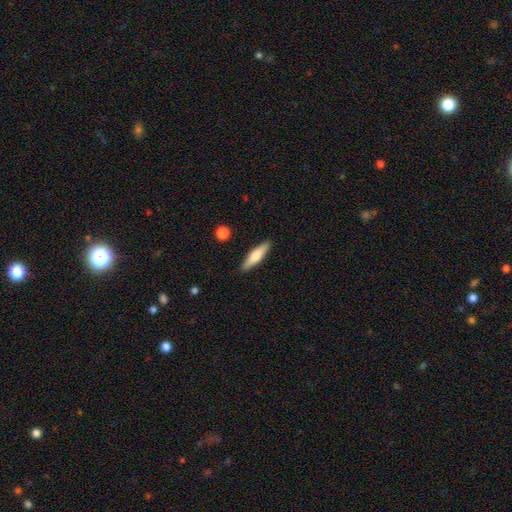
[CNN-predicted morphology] type=smooth (63%); roundness=cigar-shaped (75%); merging=none (89%).